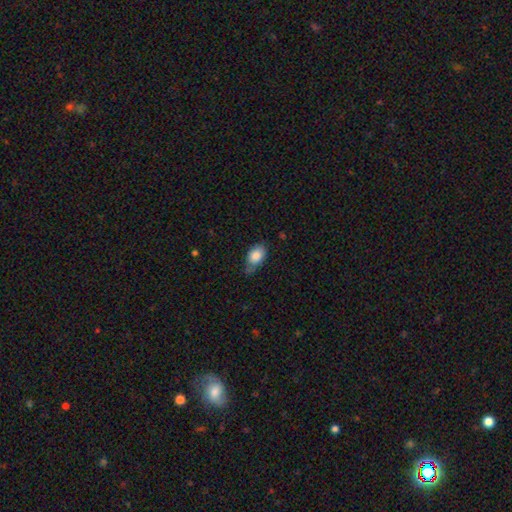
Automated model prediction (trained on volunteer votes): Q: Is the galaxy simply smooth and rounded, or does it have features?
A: smooth — 82%.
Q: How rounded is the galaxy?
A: in between — 87%.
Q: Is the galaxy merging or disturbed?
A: none — 50%.